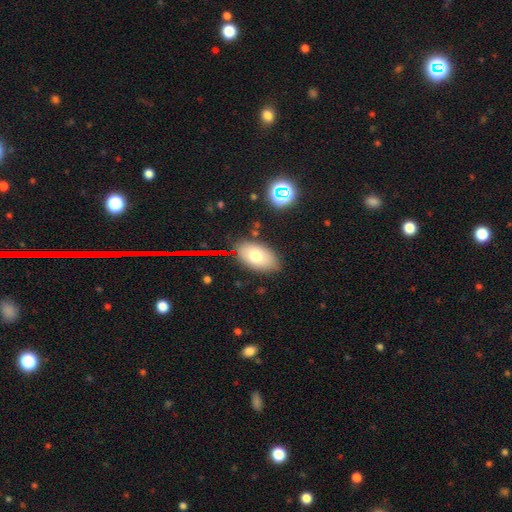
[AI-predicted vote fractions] Overall: smooth (71%). How rounded: in between (91%). Merging: none (81%).